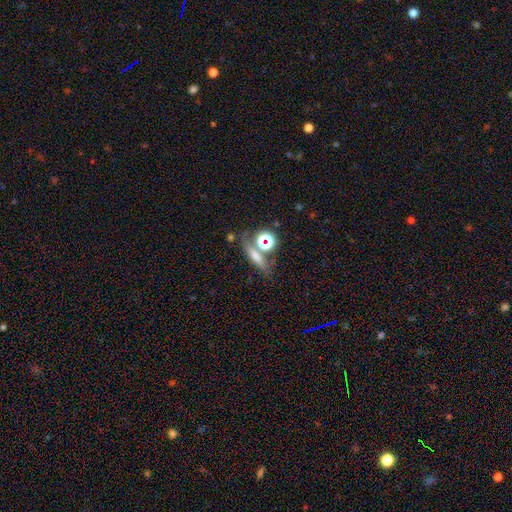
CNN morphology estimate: Smooth or featured: smooth — 51% (star or artifact — 25%)
How rounded: cigar-shaped — 53% (in between — 30%)
Merging: none — 64% (merger — 17%)